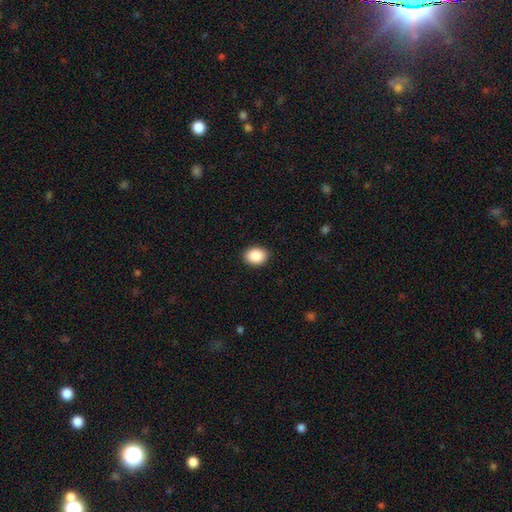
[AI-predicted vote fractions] Smooth or featured?
  - smooth: 89% *
  - star or artifact: 8%
  - featured or disk: 4%
How rounded?
  - in between: 63% *
  - round: 36%
  - cigar-shaped: 1%
Merging?
  - none: 90% *
  - minor disturbance: 7%
  - major disturbance: 2%
  - merger: 1%